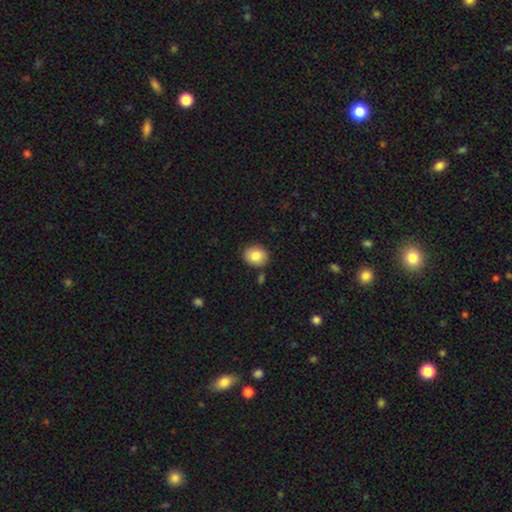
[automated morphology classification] This appears to be a smooth galaxy with no disk features (83%) that is round (64%). Merging: none (86%).